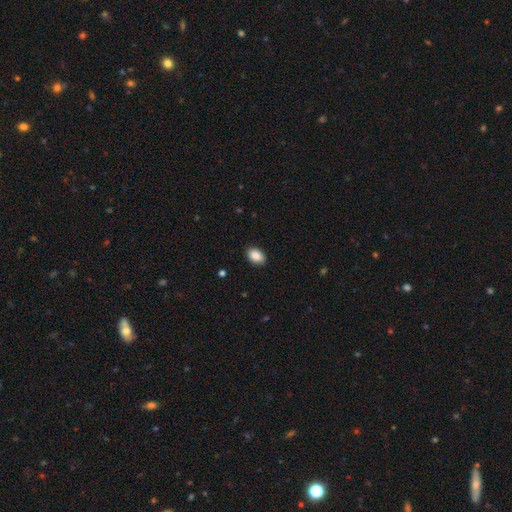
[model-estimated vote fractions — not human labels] Morphology: type=smooth (89%); roundness=in between (86%); merging=none (89%).